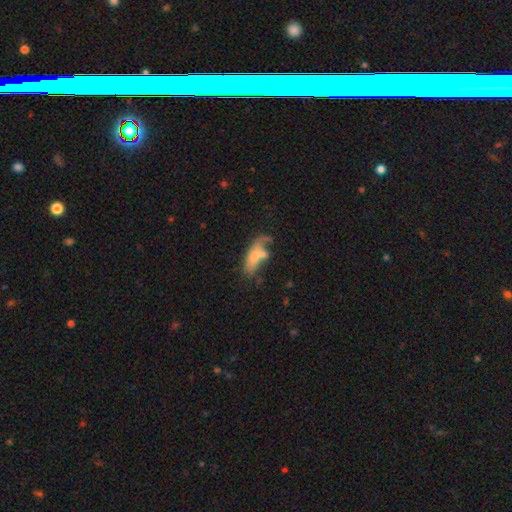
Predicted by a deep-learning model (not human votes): Smooth or featured: smooth — 63% (featured or disk — 28%)
How rounded: in between — 72% (cigar-shaped — 25%)
Merging: none — 30% (merger — 27%)